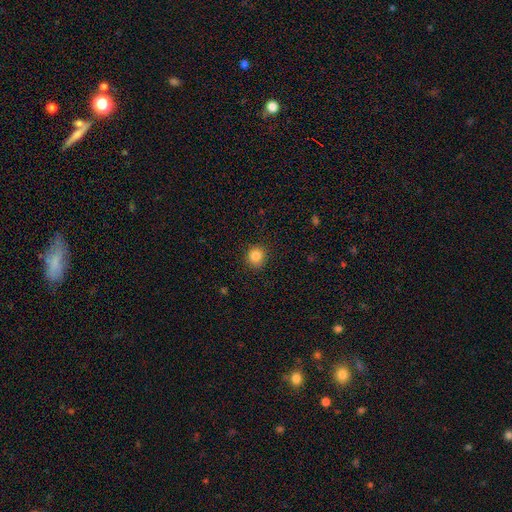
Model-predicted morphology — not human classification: Smooth or featured?
  - smooth: 85% *
  - star or artifact: 11%
  - featured or disk: 4%
How rounded?
  - round: 90% *
  - in between: 9%
  - cigar-shaped: 1%
Merging?
  - none: 89% *
  - minor disturbance: 7%
  - major disturbance: 2%
  - merger: 1%